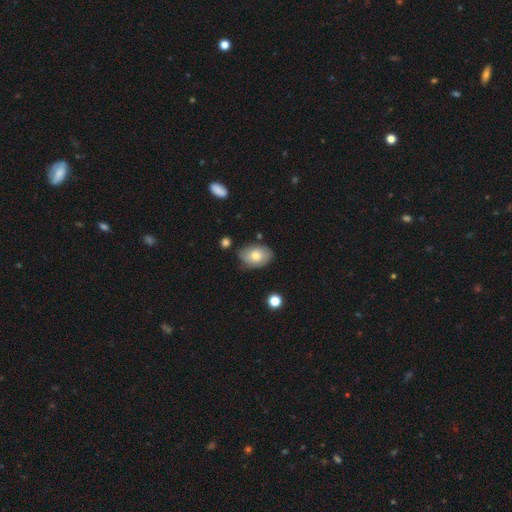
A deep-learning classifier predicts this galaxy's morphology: Smooth or featured: smooth — 70% (featured or disk — 22%)
How rounded: in between — 82% (round — 17%)
Merging: none — 74% (minor disturbance — 19%)